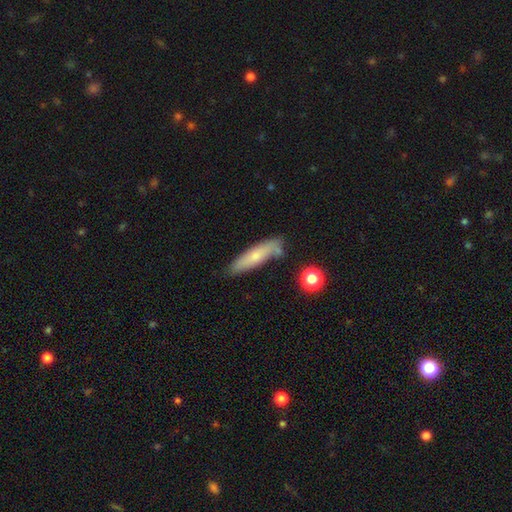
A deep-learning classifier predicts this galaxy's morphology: smooth 65%, featured or disk 28%, star or artifact 7%. Down the decision tree: how rounded — cigar-shaped (76%); merging — none (70%).